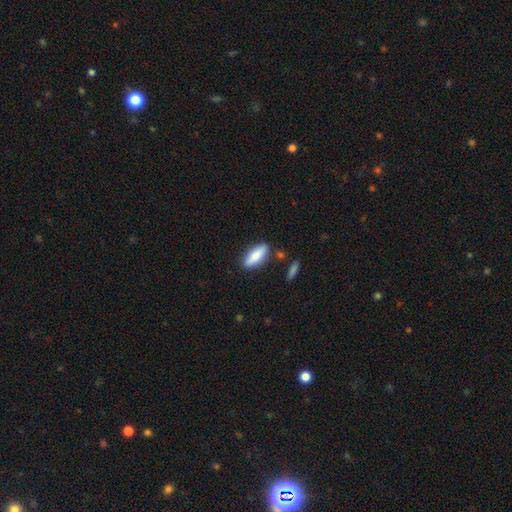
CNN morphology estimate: smooth 78%, featured or disk 16%, star or artifact 6%. Down the decision tree: how rounded — in between (61%); merging — none (83%).